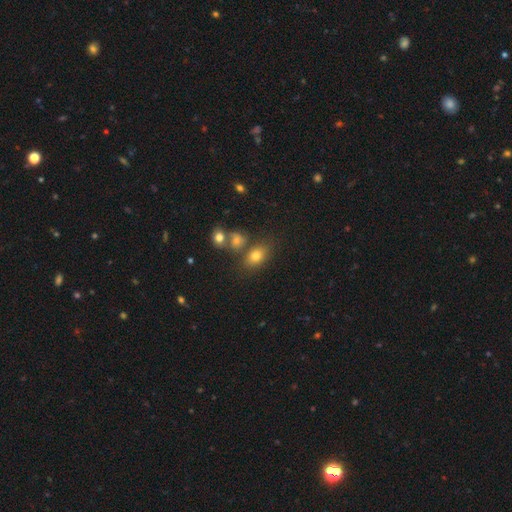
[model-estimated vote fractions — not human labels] A smooth galaxy with no disk features (76%) that is in between round and cigar-shaped (74%). Merging: none (64%).